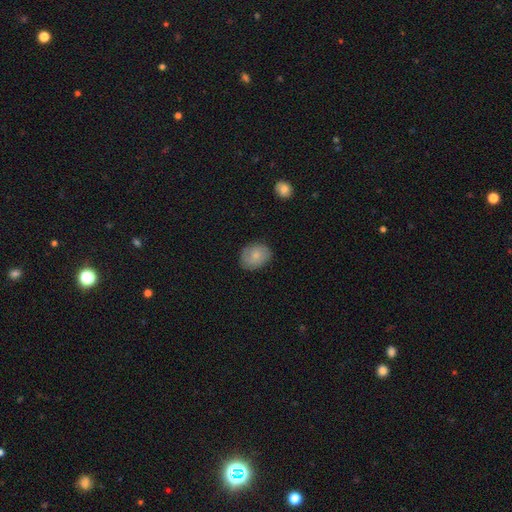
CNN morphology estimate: smooth-or-featured: smooth: 68% | featured or disk: 25% | star or artifact: 7%
  how-rounded: in between: 52% | round: 47% | cigar-shaped: 1%
  merging: none: 80% | minor disturbance: 15% | major disturbance: 3% | merger: 1%